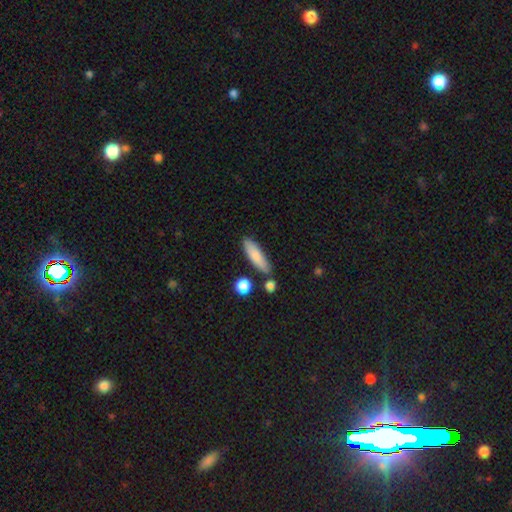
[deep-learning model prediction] Q: Smooth or featured?
A: smooth (82%); runner-up: featured or disk (12%)
Q: How rounded?
A: cigar-shaped (57%); runner-up: in between (41%)
Q: Merging?
A: none (78%); runner-up: minor disturbance (13%)